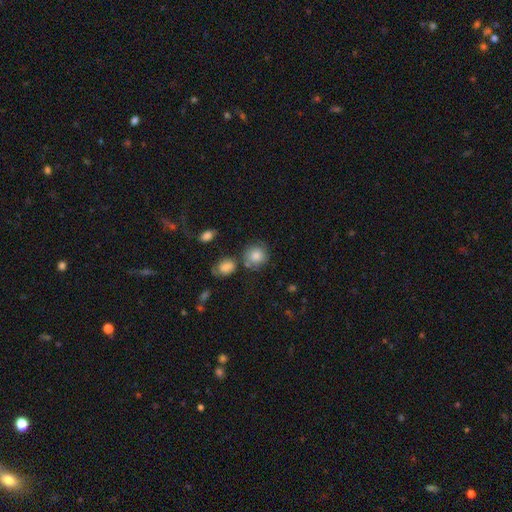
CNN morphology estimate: smooth-or-featured: smooth: 81% | star or artifact: 9% | featured or disk: 9%
  how-rounded: round: 85% | in between: 14% | cigar-shaped: 1%
  merging: none: 66% | minor disturbance: 15% | merger: 14% | major disturbance: 5%